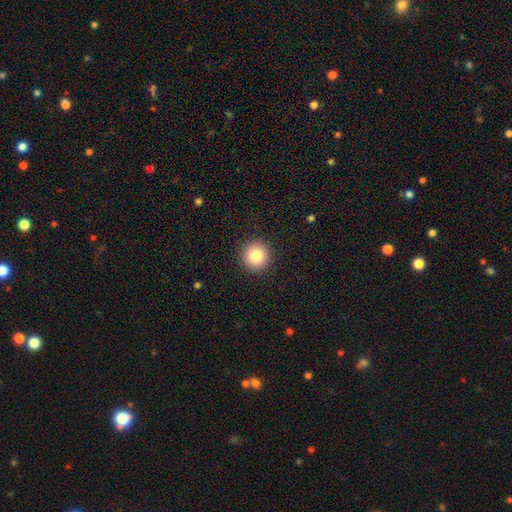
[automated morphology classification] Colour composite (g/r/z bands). It shows a smooth galaxy with no disk features (82%) that is round (95%). Merging: none (92%).